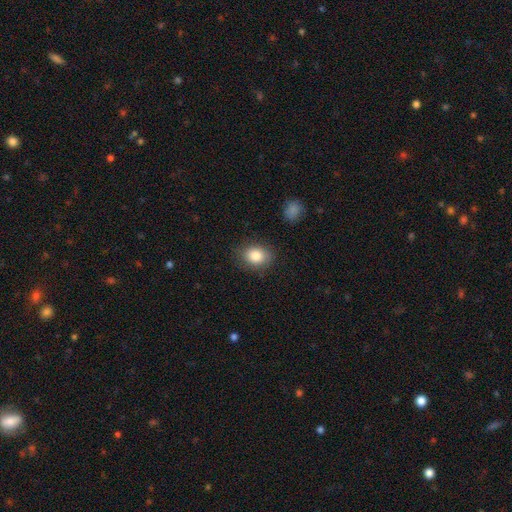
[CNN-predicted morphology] smooth_or_featured: smooth (p=0.85) [alt: star or artifact p=0.08]
how_rounded: in between (p=0.51) [alt: round p=0.48]
merging: none (p=0.81) [alt: minor disturbance p=0.14]